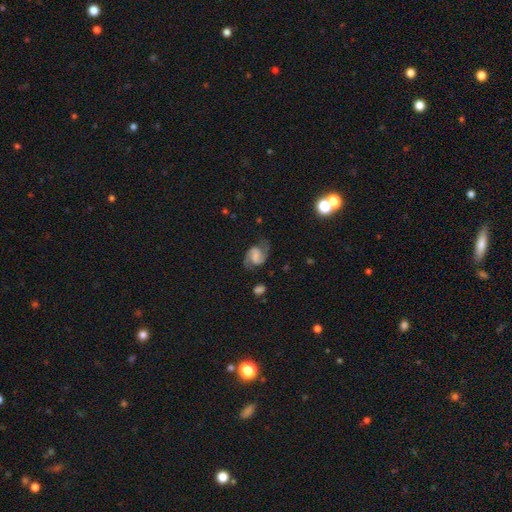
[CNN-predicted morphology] This is likely a featured or disk galaxy (78%). It is clearly not viewed edge-on (98%). Bar: marginally weak (43%). Spiral arm pattern: clearly yes (96%). Spiral arm count: clearly 2 (92%). Spiral winding: possibly medium (52%). Central bulge: possibly none (53%). Merging: likely none (71%).